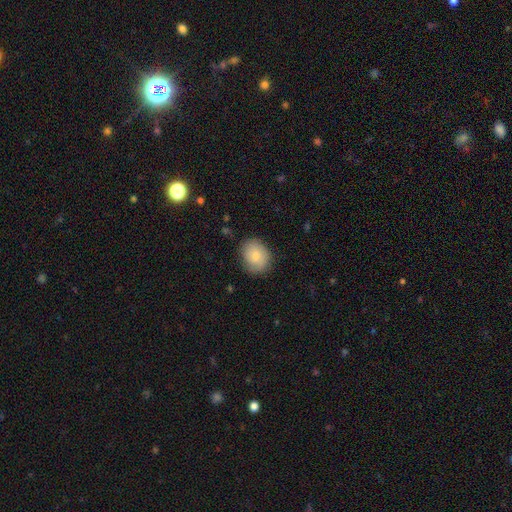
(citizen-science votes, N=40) Volunteers were most divided on "how rounded": round: 57%, in between: 43%, cigar-shaped: 0%. More confident: smooth or featured — smooth (88%); merging — none (71%).